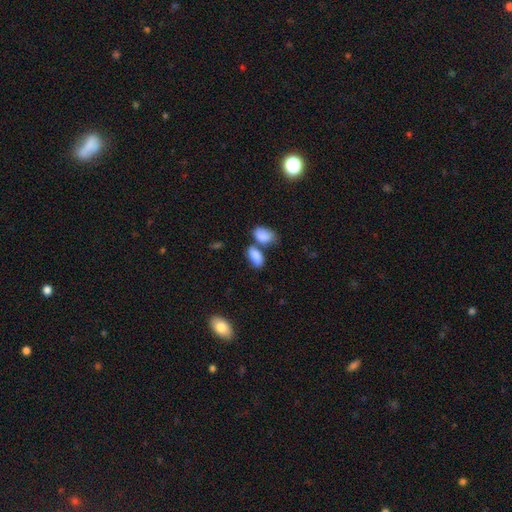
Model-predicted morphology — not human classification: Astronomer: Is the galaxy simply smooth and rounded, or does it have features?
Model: smooth — 86%.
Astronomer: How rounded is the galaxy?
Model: in between — 93%.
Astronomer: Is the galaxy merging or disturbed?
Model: none — 46% (runner-up: merger, 35%).